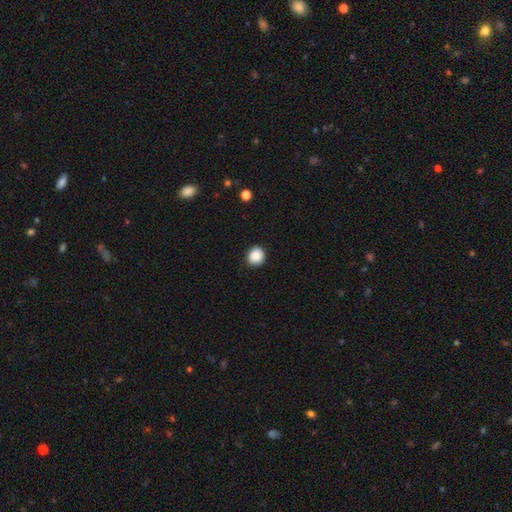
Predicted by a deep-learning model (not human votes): smooth-or-featured: smooth: 88% | star or artifact: 9% | featured or disk: 3%
  how-rounded: round: 82% | in between: 17% | cigar-shaped: 1%
  merging: none: 89% | minor disturbance: 8% | major disturbance: 2% | merger: 1%